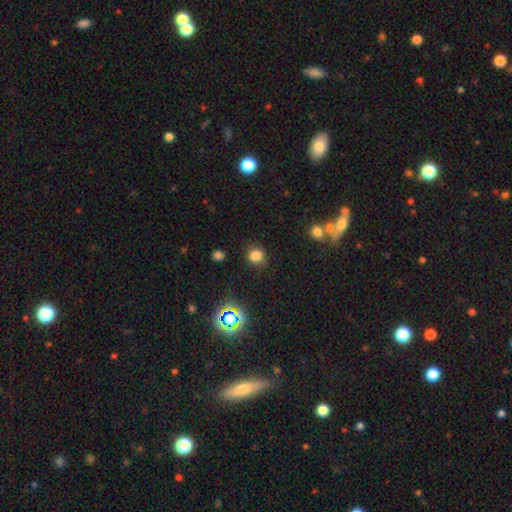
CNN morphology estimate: This is likely a smooth galaxy (77%). How rounded: clearly round (82%). Merging: clearly none (80%).